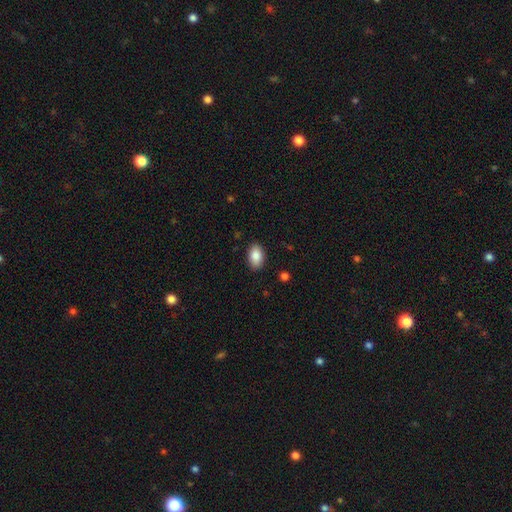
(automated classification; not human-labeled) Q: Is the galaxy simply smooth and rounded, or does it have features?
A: smooth — 87%.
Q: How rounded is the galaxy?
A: in between — 91%.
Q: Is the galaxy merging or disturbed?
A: none — 88%.